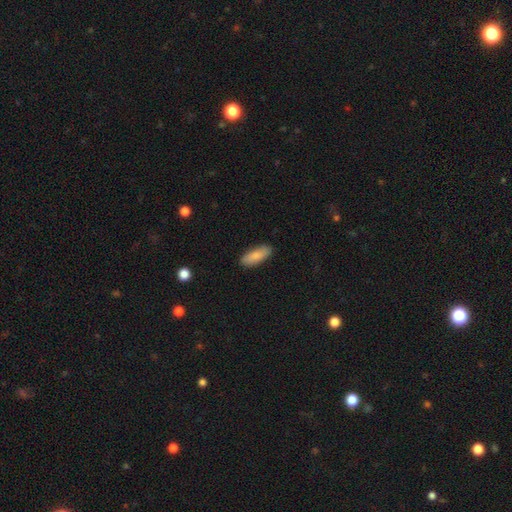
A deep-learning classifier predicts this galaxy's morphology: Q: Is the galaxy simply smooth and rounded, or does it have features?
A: smooth — 84%.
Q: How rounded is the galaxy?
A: in between — 72%.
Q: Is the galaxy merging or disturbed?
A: none — 87%.